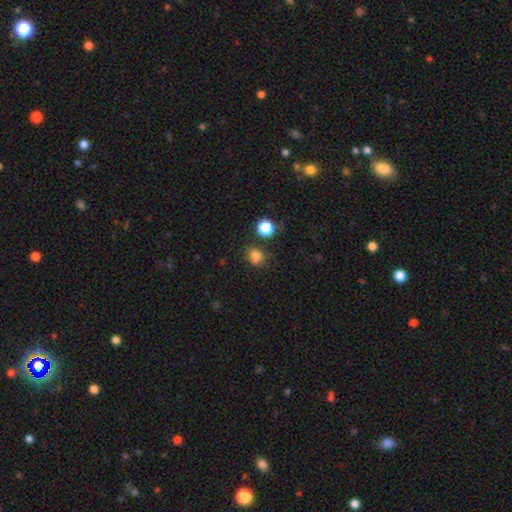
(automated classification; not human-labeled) Smooth or featured? smooth (77%)
How rounded? round (75%)
Merging? none (64%)